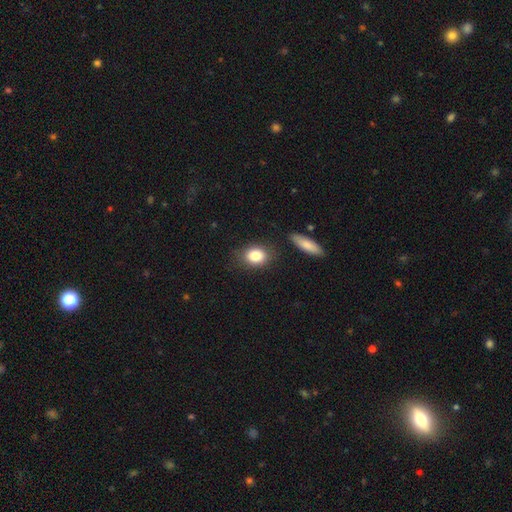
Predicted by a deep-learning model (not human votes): This is clearly a smooth galaxy (84%). How rounded: possibly in between (60%). Merging: likely none (79%).